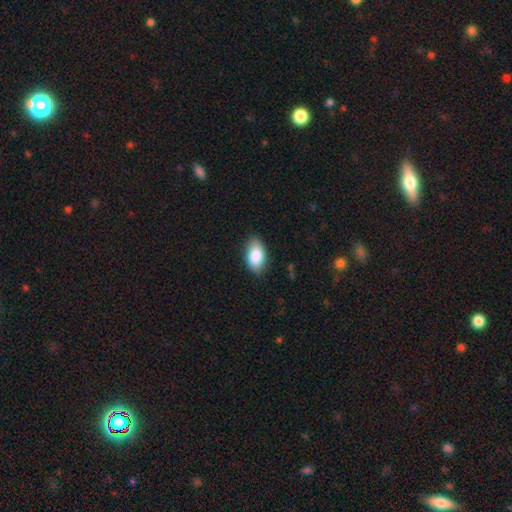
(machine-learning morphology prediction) Smooth or featured? Predicted: smooth (p=0.86). How rounded? Predicted: in between (p=0.93). Merging? Predicted: none (p=0.82).